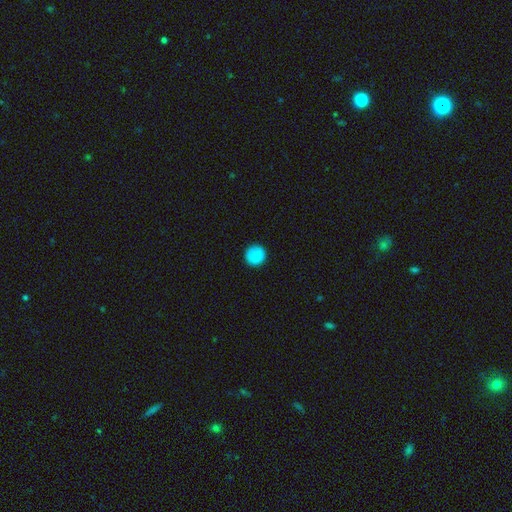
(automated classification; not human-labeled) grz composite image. It shows a smooth galaxy with no disk features (87%) that is round (95%). Merging: none (90%).